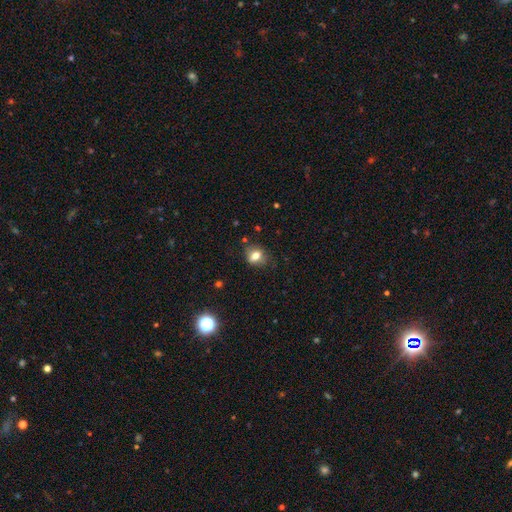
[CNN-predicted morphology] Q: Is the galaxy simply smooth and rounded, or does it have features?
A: smooth — 75%.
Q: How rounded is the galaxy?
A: round — 51%.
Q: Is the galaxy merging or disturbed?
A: none — 71%.